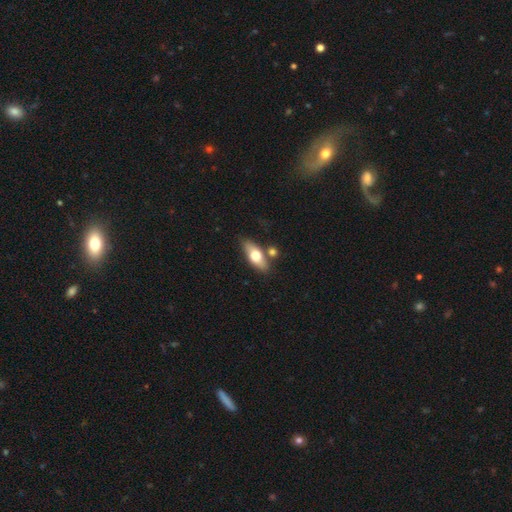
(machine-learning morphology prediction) smooth-or-featured: smooth: 62% | featured or disk: 32% | star or artifact: 6%
  how-rounded: in between: 75% | cigar-shaped: 20% | round: 5%
  merging: none: 72% | minor disturbance: 13% | merger: 12% | major disturbance: 3%